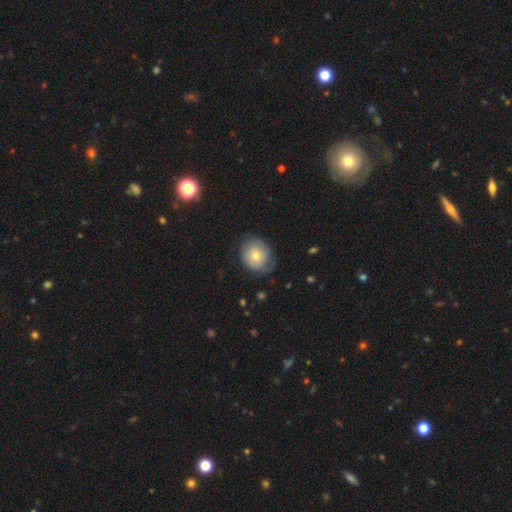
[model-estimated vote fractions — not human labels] Smooth or featured? smooth (57%)
How rounded? round (75%)
Merging? none (68%)